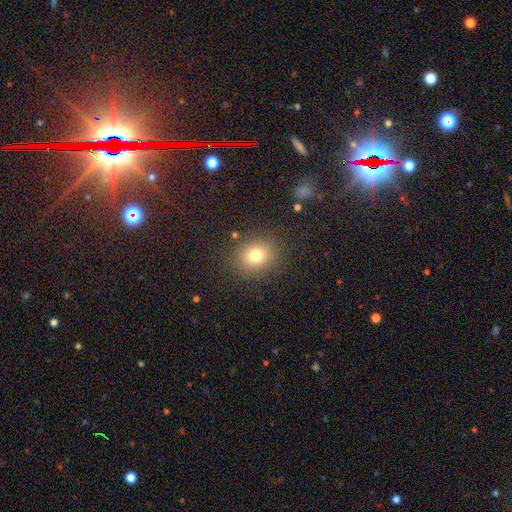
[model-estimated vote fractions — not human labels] This appears to be a smooth galaxy with no disk features (76%) that is round (72%). Merging: none (86%).